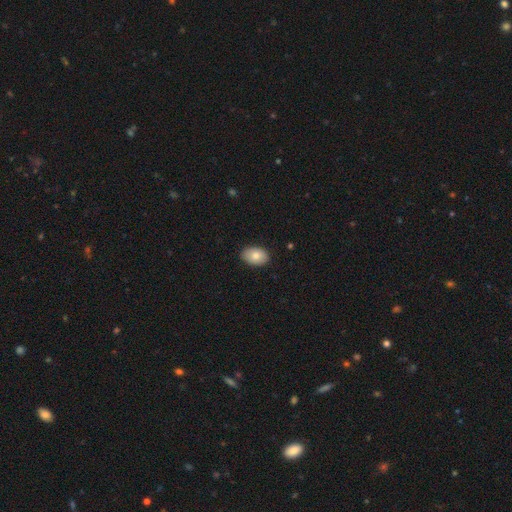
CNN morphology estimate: A smooth galaxy with no disk features (82%) that is in between round and cigar-shaped (88%).

Vote fractions:
- Smooth or featured? smooth: 82% / featured or disk: 11% / star or artifact: 7%
- How rounded? in between: 88% / round: 11% / cigar-shaped: 1%
- Merging? none: 87% / minor disturbance: 10% / major disturbance: 2% / merger: 1%